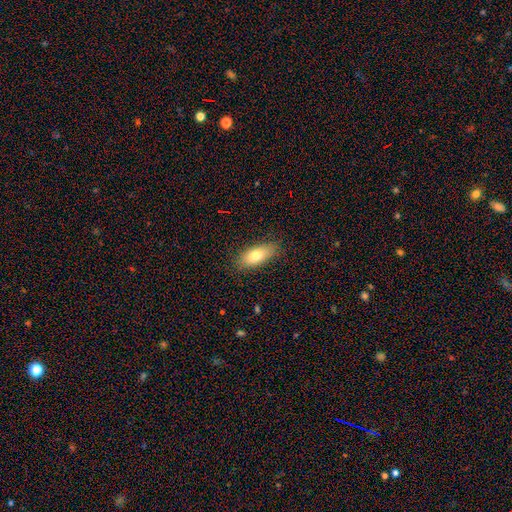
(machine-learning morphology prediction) This is likely a smooth galaxy (76%). How rounded: clearly in between (81%). Merging: clearly none (84%).